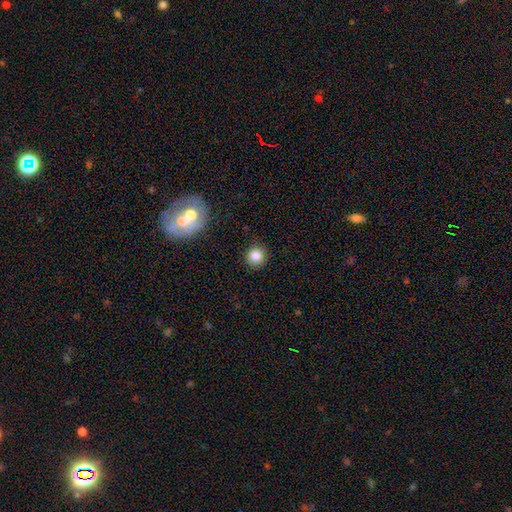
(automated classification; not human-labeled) A smooth galaxy with no disk features (84%) that is round (93%).

Vote fractions:
- Smooth or featured? smooth: 84% / star or artifact: 11% / featured or disk: 5%
- How rounded? round: 93% / in between: 6% / cigar-shaped: 1%
- Merging? none: 89% / minor disturbance: 7% / major disturbance: 2% / merger: 1%